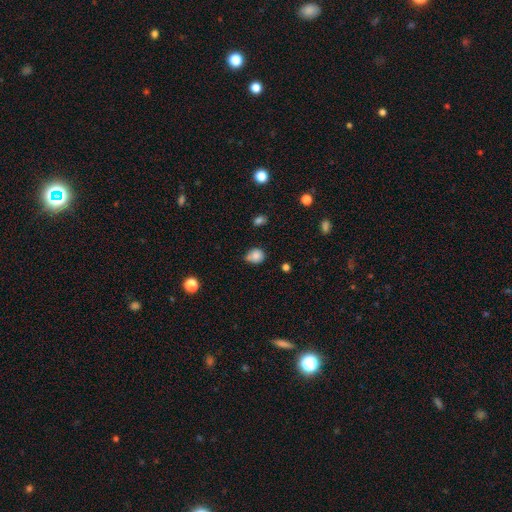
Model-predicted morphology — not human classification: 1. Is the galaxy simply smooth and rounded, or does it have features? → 82% smooth, 11% star or artifact, 7% featured or disk.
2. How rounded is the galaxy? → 66% round, 33% in between, 1% cigar-shaped.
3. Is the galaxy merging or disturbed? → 56% none, 32% minor disturbance, 6% merger, 6% major disturbance.